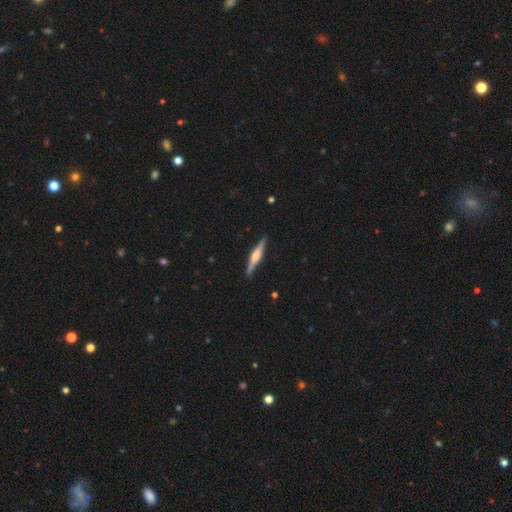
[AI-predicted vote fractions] smooth-or-featured: featured or disk: 73% | smooth: 22% | star or artifact: 5%
  disk-edge-on: yes: 98% | no: 2%
    edge-on-bulge: rounded: 87% | boxy: 9% | none: 4%
  merging: none: 90% | minor disturbance: 7% | major disturbance: 1% | merger: 1%